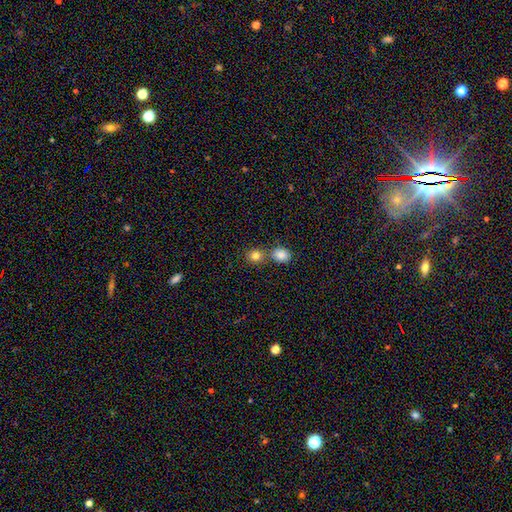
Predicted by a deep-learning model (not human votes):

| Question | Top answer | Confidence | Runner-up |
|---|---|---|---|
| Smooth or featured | smooth | 82% | star or artifact (11%) |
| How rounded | round | 80% | in between (19%) |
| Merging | none | 60% | merger (30%) |